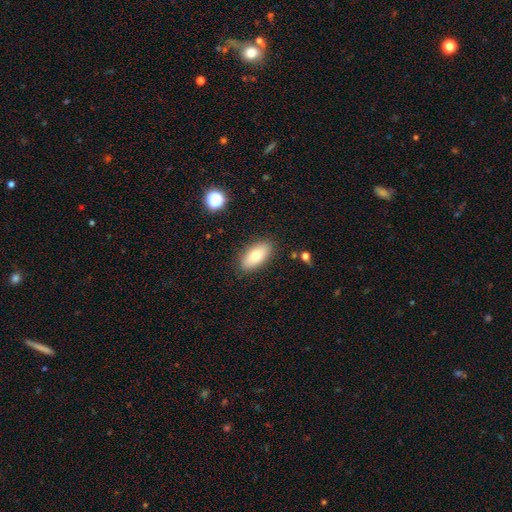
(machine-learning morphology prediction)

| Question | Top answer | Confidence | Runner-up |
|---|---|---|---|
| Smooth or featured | smooth | 76% | featured or disk (17%) |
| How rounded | in between | 89% | cigar-shaped (7%) |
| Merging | none | 86% | minor disturbance (10%) |